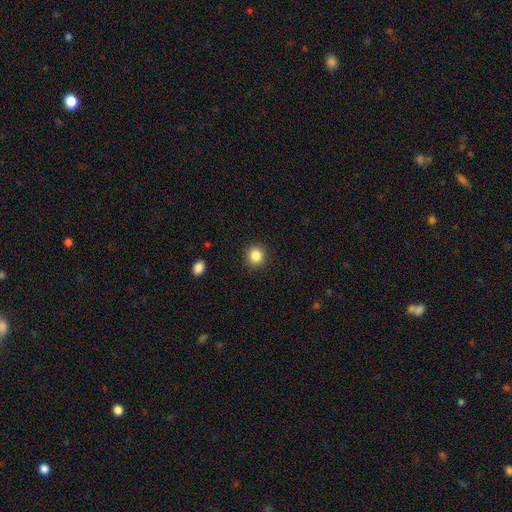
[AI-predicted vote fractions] This appears to be a smooth galaxy with no disk features (85%) that is round (88%). Merging: none (91%).